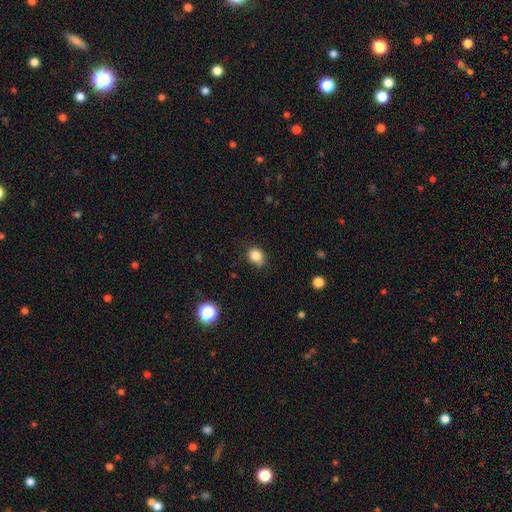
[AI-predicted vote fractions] This is clearly a smooth galaxy (85%). How rounded: possibly round (50%). Merging: likely none (76%).